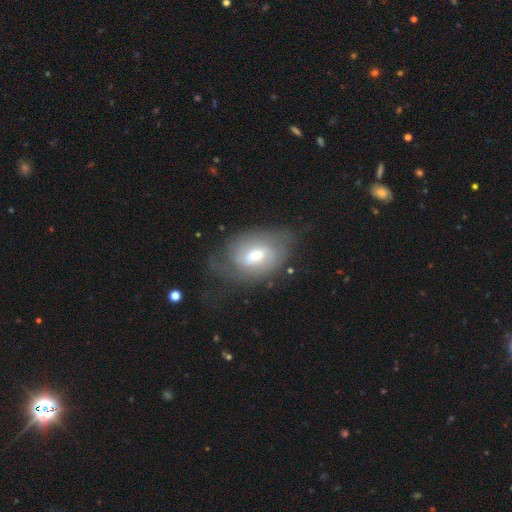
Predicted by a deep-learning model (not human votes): A featured or disk galaxy (62%) with a weak bar (50%), spiral arms (75%) and a moderate central bulge (56%).

Vote fractions:
- Smooth or featured? featured or disk: 62% / smooth: 30% / star or artifact: 8%
- Edge-on disk? no: 94% / yes: 6%
- Bar? weak: 50% / no: 36% / strong: 14%
- Spiral arms? yes: 75% / no: 25%
- Bulge size? moderate: 56% / small: 35% / large: 6% / none: 1% / dominant: 1%
- Merging? none: 54% / minor disturbance: 25% / major disturbance: 18% / merger: 2%